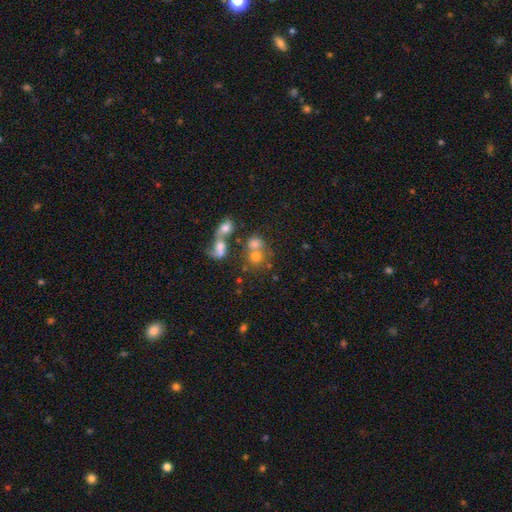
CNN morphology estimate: Smooth or featured? Predicted: smooth (p=0.65). How rounded? Predicted: round (p=0.77). Merging? Predicted: merger (p=0.49).